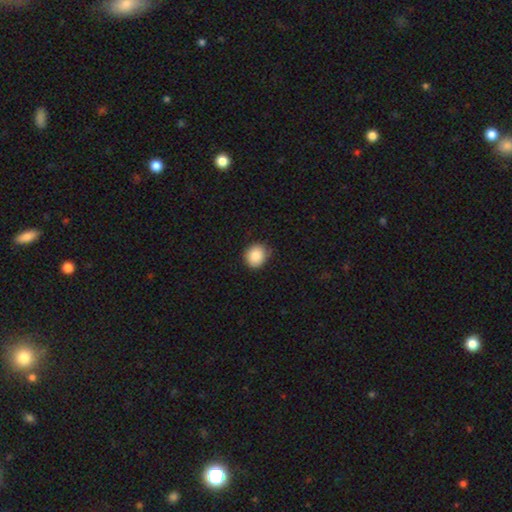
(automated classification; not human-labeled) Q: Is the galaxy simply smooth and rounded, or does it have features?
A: smooth — 88%.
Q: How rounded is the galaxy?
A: round — 81%.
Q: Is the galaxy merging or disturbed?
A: none — 83%.